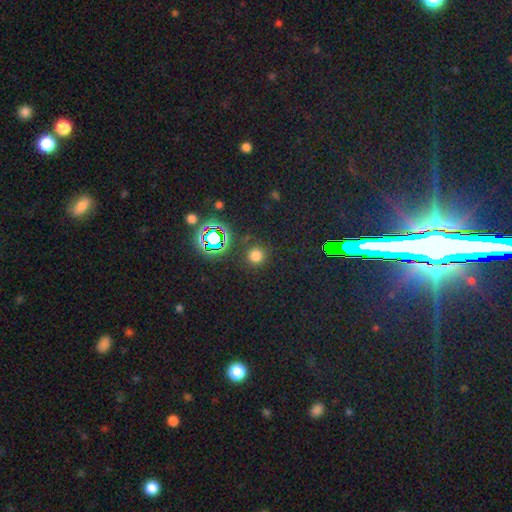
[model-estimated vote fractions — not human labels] smooth 71%, star or artifact 24%, featured or disk 5%. Down the decision tree: how rounded — round (94%); merging — none (87%).